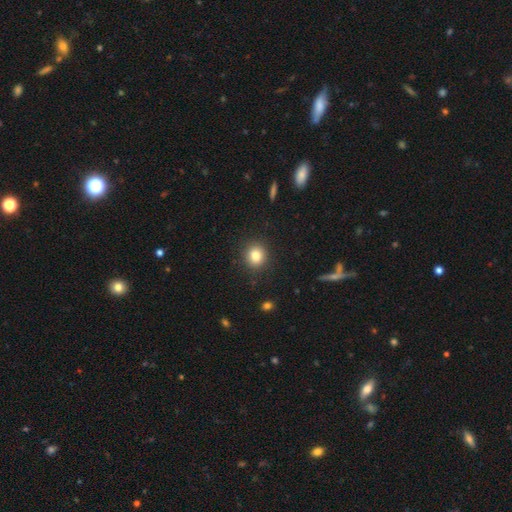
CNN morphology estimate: A smooth galaxy with no disk features (83%) that is round (82%). Merging: none (89%).